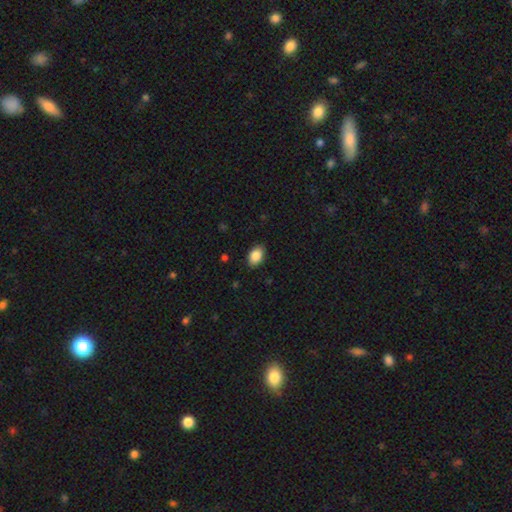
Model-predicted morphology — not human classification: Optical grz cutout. It shows a smooth galaxy with no disk features (88%) that is in between round and cigar-shaped (87%). Merging: none (87%).